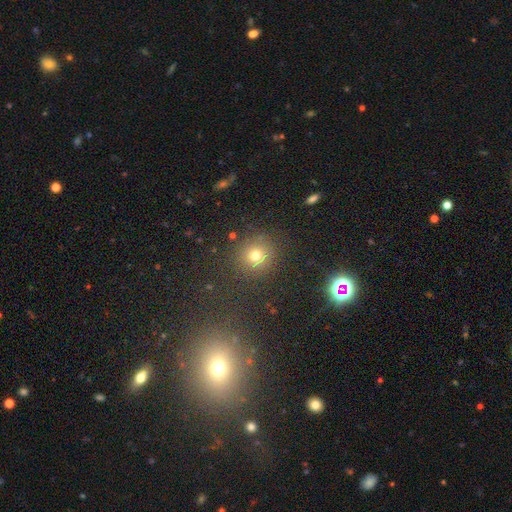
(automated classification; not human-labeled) This appears to be a smooth galaxy with no disk features (70%) that is round (89%). Merging: none (84%).